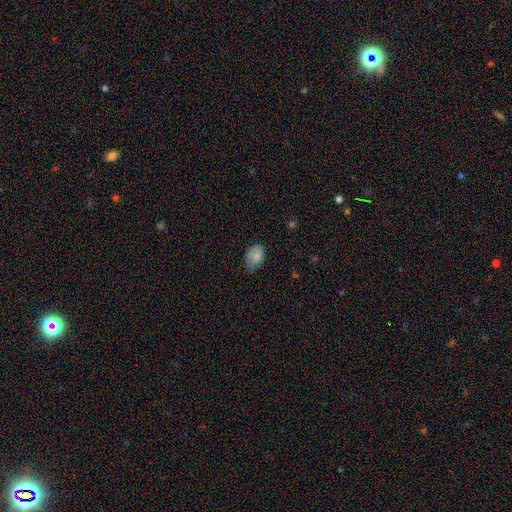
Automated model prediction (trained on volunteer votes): Morphology: type=smooth (75%); roundness=in between (89%); merging=none (54%).